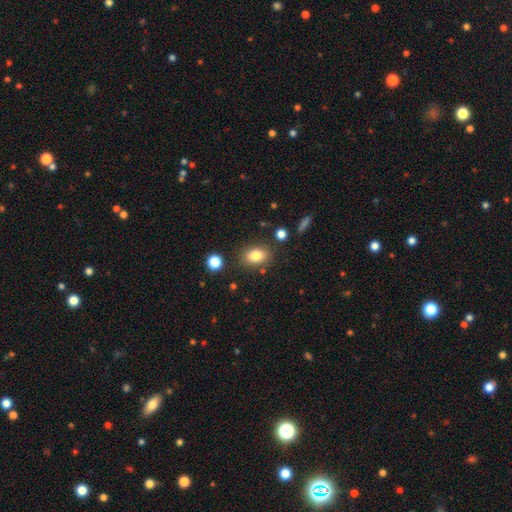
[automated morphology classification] smooth_or_featured: smooth (p=0.82) [alt: star or artifact p=0.10]
how_rounded: in between (p=0.77) [alt: round p=0.21]
merging: none (p=0.82) [alt: minor disturbance p=0.11]